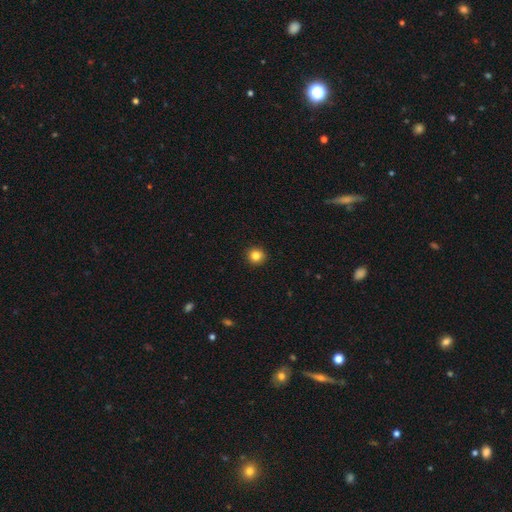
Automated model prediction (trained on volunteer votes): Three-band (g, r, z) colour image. It shows a smooth galaxy with no disk features (84%) that is round (92%). Merging: none (93%).